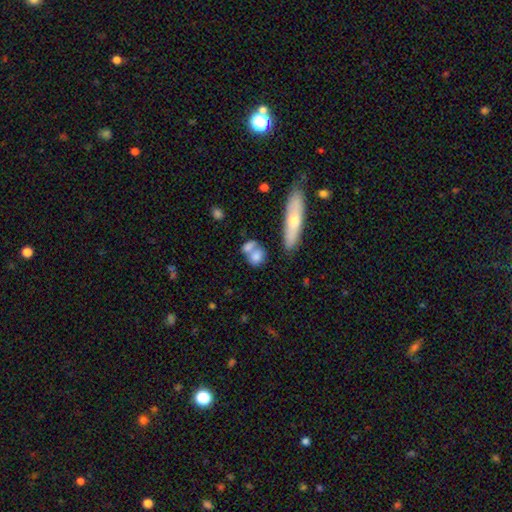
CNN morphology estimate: smooth_or_featured: smooth (p=0.72) [alt: featured or disk p=0.19]
how_rounded: in between (p=0.49) [alt: round p=0.43]
merging: merger (p=0.46) [alt: none p=0.36]